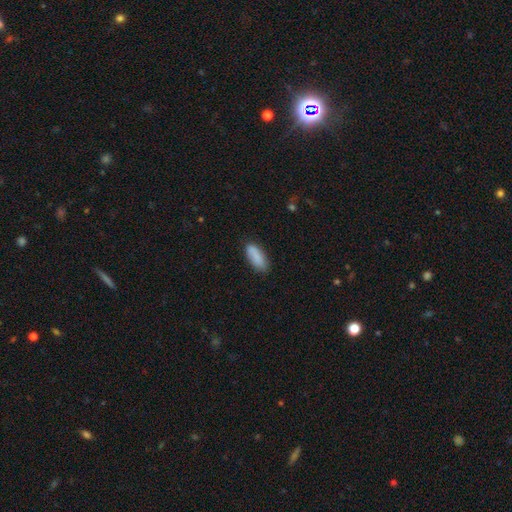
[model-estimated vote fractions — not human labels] smooth_or_featured: smooth (p=0.87) [alt: star or artifact p=0.07]
how_rounded: in between (p=0.79) [alt: cigar-shaped p=0.19]
merging: none (p=0.79) [alt: minor disturbance p=0.17]